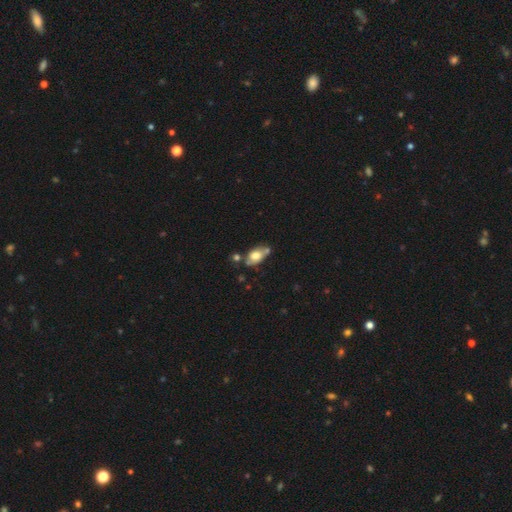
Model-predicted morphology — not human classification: Smooth or featured?
  - smooth: 68% *
  - featured or disk: 23%
  - star or artifact: 8%
How rounded?
  - in between: 85% *
  - round: 12%
  - cigar-shaped: 4%
Merging?
  - none: 50% *
  - merger: 23%
  - minor disturbance: 21%
  - major disturbance: 6%